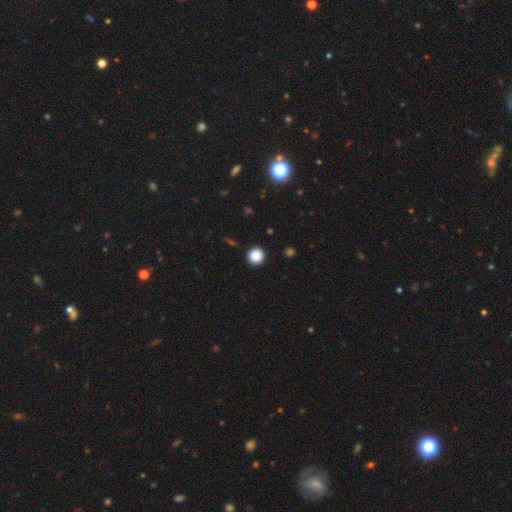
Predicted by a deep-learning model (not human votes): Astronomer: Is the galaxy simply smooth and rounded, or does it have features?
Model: smooth — 88%.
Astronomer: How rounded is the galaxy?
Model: round — 95%.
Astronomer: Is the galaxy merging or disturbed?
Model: none — 93%.